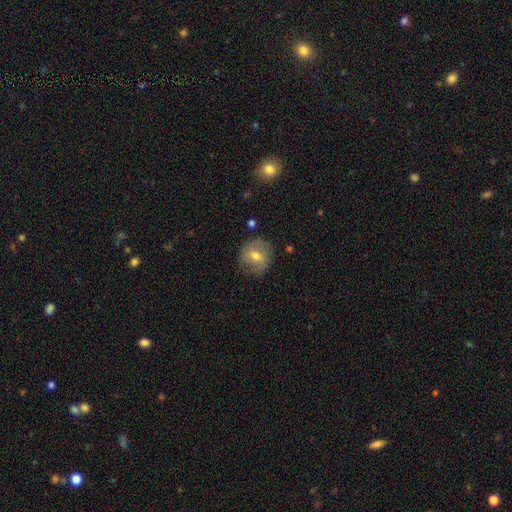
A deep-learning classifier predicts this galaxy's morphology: smooth-or-featured: smooth: 55% | featured or disk: 36% | star or artifact: 8%
  how-rounded: round: 84% | in between: 15% | cigar-shaped: 1%
  merging: none: 74% | minor disturbance: 19% | major disturbance: 6% | merger: 2%